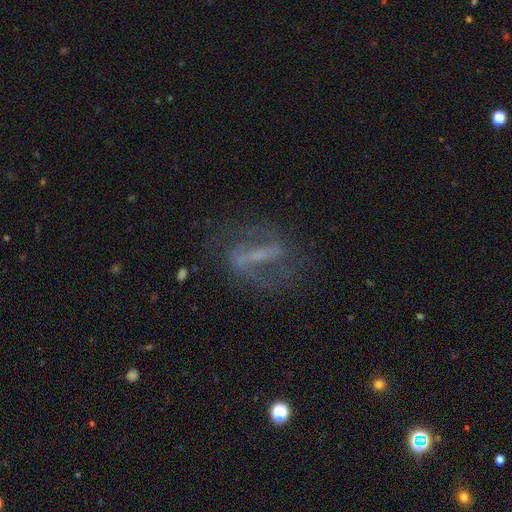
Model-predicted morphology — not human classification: featured or disk 72%, smooth 15%, star or artifact 13%. Down the decision tree: edge-on disk — no (85%); bar — strong (67%); spiral arms — yes (70%); bulge size — none (44%); merging — none (70%).